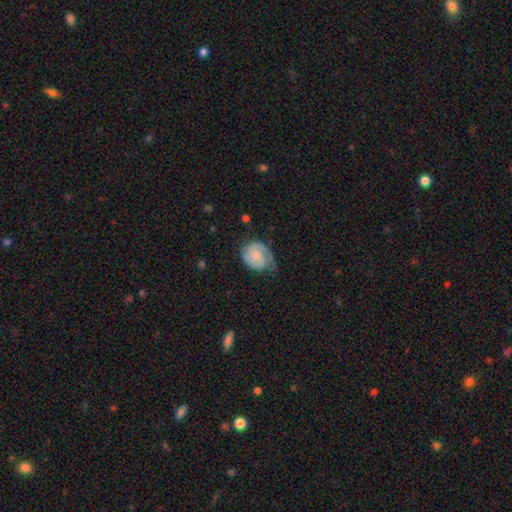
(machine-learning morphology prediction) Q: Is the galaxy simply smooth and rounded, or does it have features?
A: featured or disk — 57%.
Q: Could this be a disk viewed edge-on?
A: no — 98%.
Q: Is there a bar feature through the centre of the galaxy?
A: no — 65%.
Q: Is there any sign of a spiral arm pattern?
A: yes — 90%.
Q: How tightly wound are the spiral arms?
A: tight — 49%.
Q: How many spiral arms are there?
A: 2 — 51%.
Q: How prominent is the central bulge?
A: small — 44%.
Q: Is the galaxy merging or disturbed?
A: none — 49%.